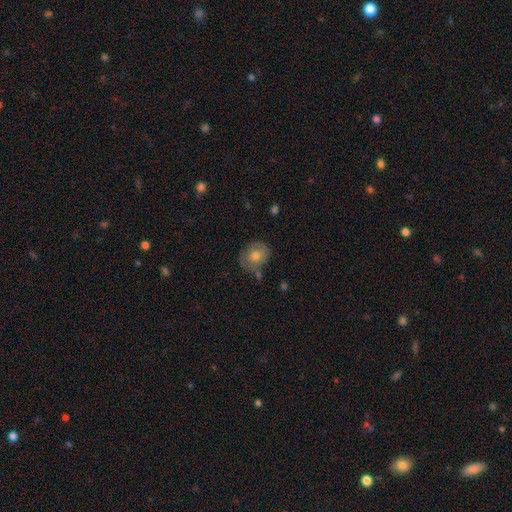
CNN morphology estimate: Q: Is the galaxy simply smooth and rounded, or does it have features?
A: smooth — 66%.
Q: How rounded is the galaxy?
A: round — 59%.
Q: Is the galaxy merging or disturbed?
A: none — 71%.